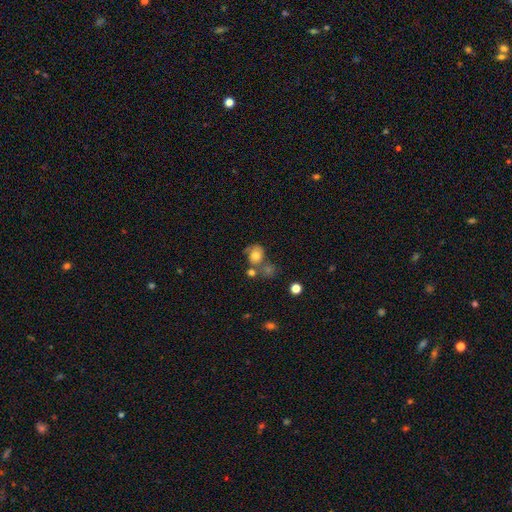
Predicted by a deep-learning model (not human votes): The model was most divided on "merging": none: 39%, merger: 29%, minor disturbance: 18%, major disturbance: 13%. More confident: smooth or featured — smooth (70%); how rounded — round (66%).